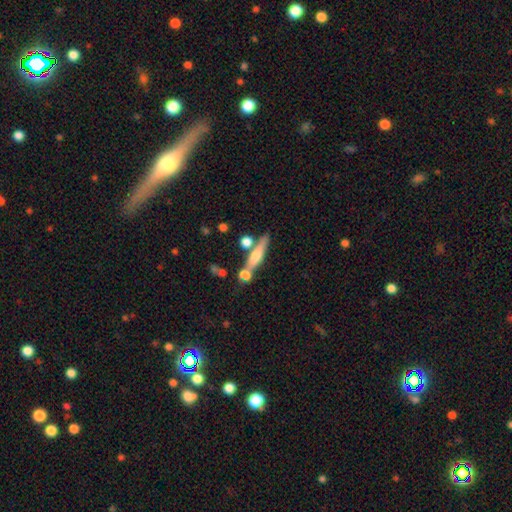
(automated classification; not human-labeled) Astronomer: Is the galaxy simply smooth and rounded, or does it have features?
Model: smooth — 49% (runner-up: featured or disk, 42%).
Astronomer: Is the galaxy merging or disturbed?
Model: none — 61%.